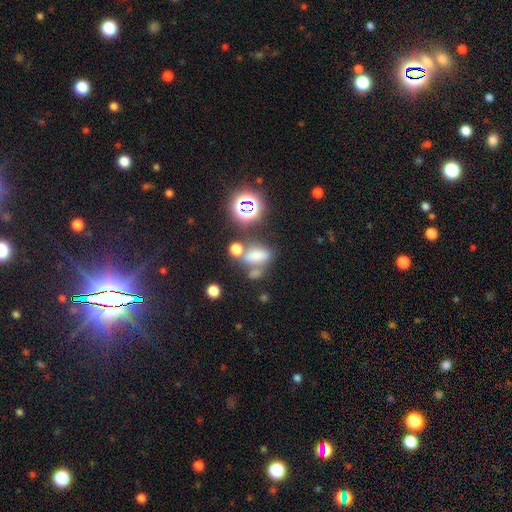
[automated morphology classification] Overall: smooth (63%). How rounded: in between (74%). Merging: none (42%; merger 31%).